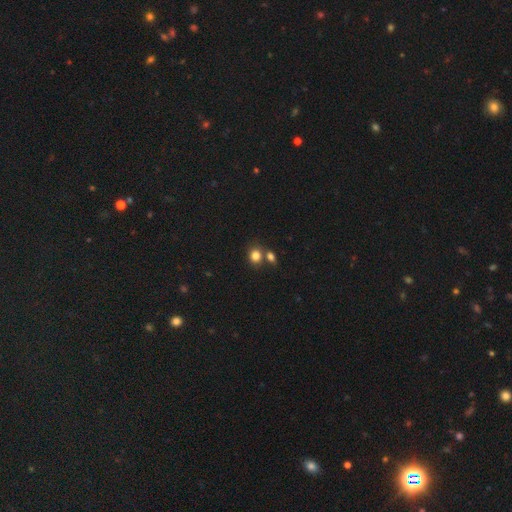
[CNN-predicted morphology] The model was most divided on "merging": none: 56%, merger: 31%, minor disturbance: 10%, major disturbance: 3%. More confident: smooth or featured — smooth (82%); how rounded — round (68%).